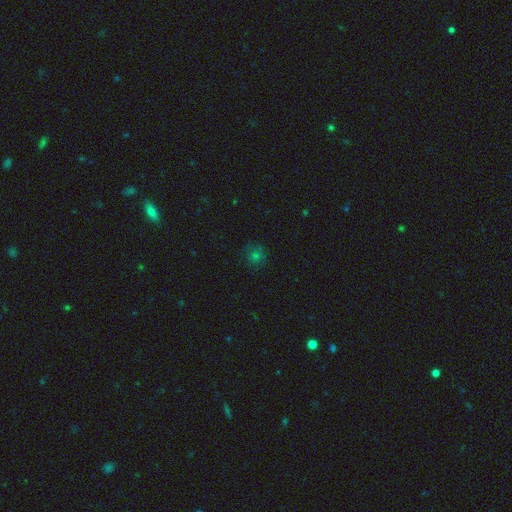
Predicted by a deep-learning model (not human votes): smooth_or_featured: smooth (p=0.59) [alt: star or artifact p=0.30]
how_rounded: round (p=0.90) [alt: in between p=0.09]
merging: none (p=0.84) [alt: minor disturbance p=0.11]